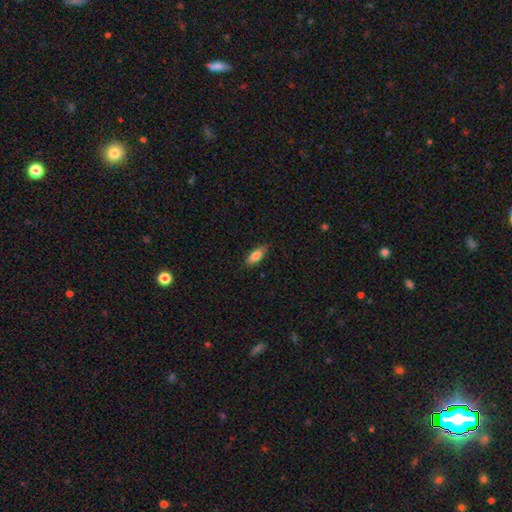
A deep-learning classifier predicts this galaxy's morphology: A smooth galaxy with no disk features (83%) that is in between round and cigar-shaped (77%).

Vote fractions:
- Smooth or featured? smooth: 83% / featured or disk: 11% / star or artifact: 6%
- How rounded? in between: 77% / cigar-shaped: 21% / round: 2%
- Merging? none: 84% / minor disturbance: 13% / major disturbance: 2% / merger: 1%